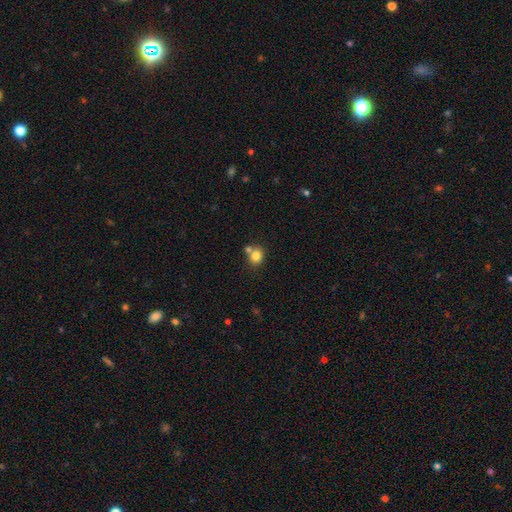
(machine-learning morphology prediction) This appears to be a smooth galaxy with no disk features (81%) that is round (66%). Merging: none (58%).